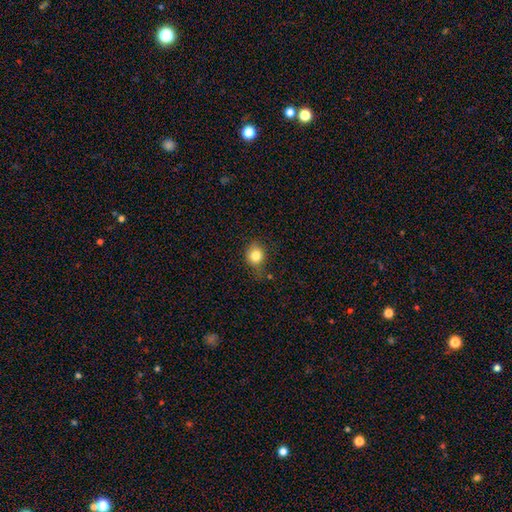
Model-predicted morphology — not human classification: Smooth or featured? smooth (82%)
How rounded? round (66%)
Merging? none (67%)